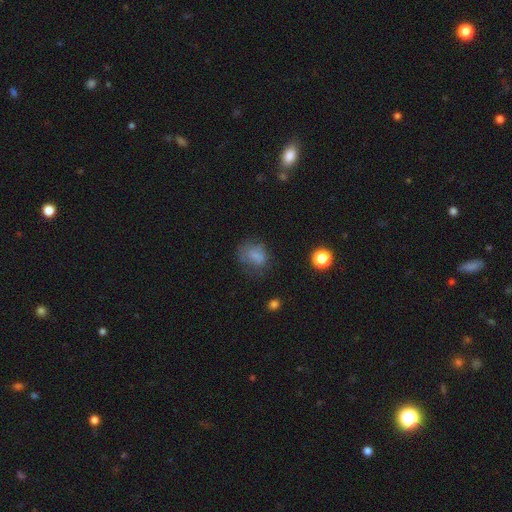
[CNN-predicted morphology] Smooth or featured? smooth (69%)
How rounded? in between (59%)
Merging? none (50%)